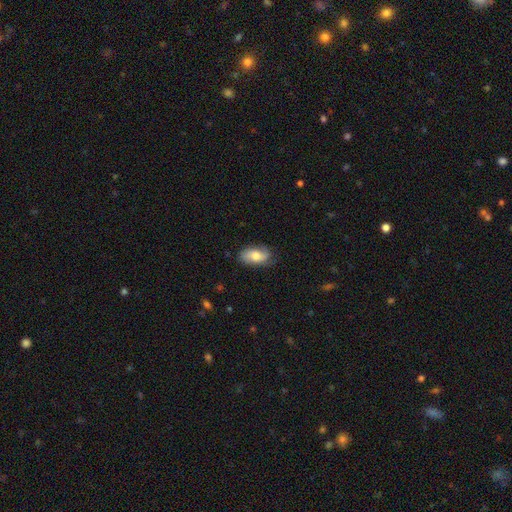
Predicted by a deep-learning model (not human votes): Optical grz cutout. It shows a smooth galaxy with no disk features (65%) that is in between round and cigar-shaped (91%). Merging: none (72%).